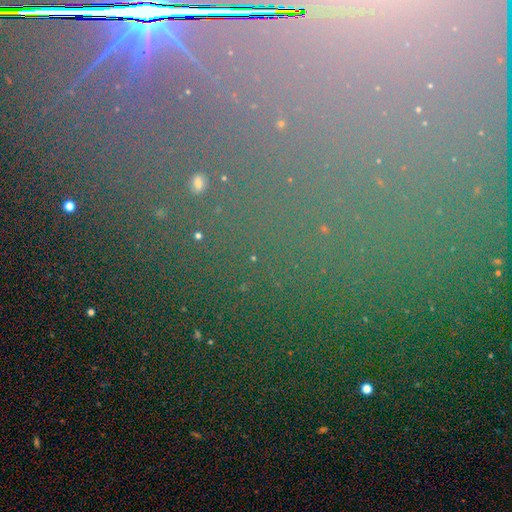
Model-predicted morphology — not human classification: Smooth or featured? Predicted: star or artifact (p=0.79).